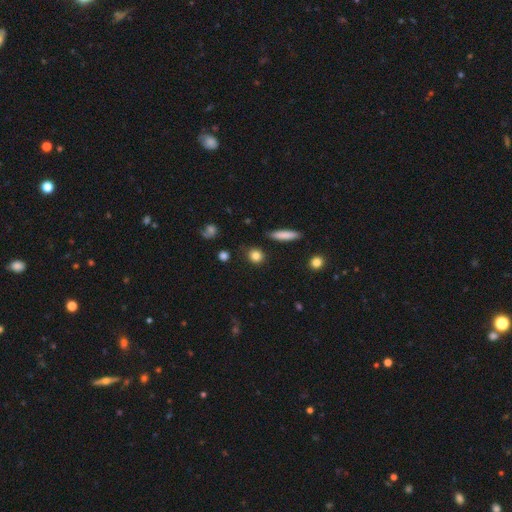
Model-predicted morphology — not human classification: This appears to be a smooth galaxy with no disk features (83%) that is round (79%). Merging: none (84%).